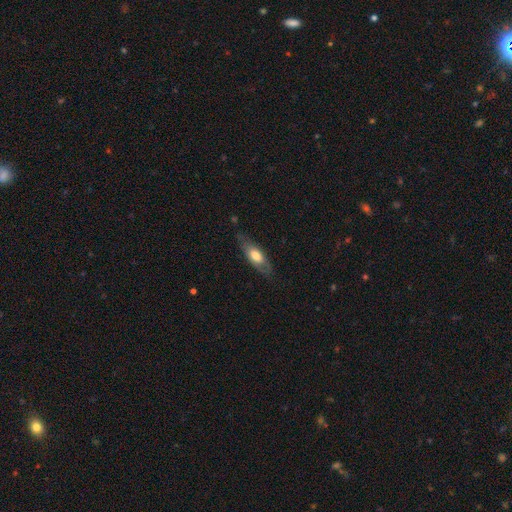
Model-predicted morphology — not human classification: smooth-or-featured: smooth: 56% | featured or disk: 38% | star or artifact: 6%
  how-rounded: in between: 67% | cigar-shaped: 30% | round: 3%
  merging: none: 73% | minor disturbance: 20% | major disturbance: 6% | merger: 1%